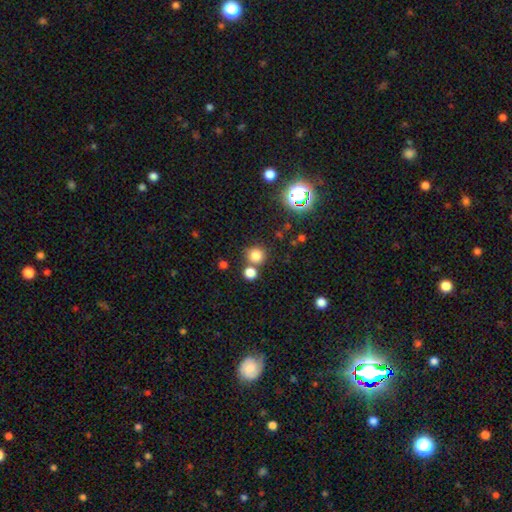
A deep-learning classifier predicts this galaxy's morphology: A smooth galaxy with no disk features (79%) that is round (91%). Merging: none (71%).